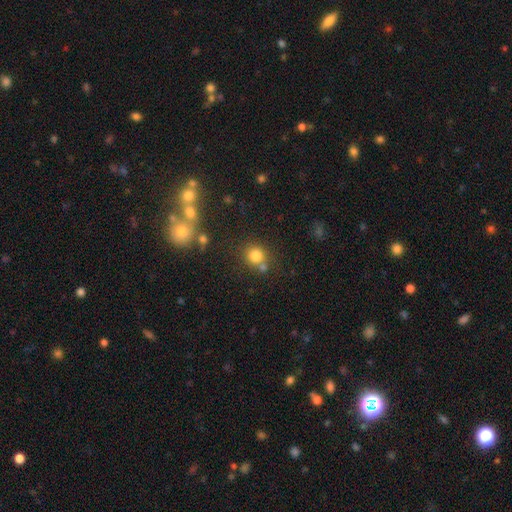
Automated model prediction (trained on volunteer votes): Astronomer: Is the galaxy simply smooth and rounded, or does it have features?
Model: smooth — 79%.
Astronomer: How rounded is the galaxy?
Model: round — 88%.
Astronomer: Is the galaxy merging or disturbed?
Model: none — 67%.